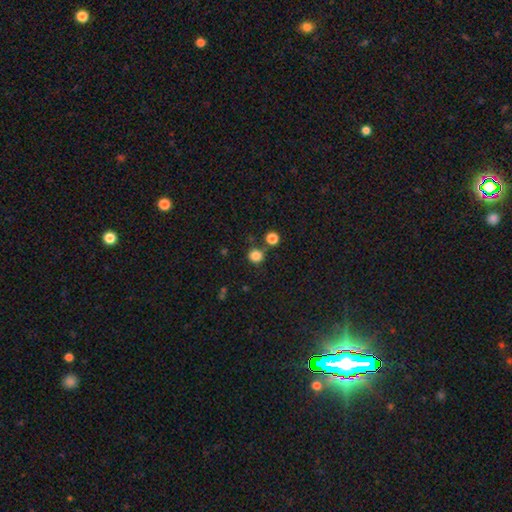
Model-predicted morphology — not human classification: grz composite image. It shows a smooth galaxy with no disk features (83%) that is round (86%). Merging: none (76%).